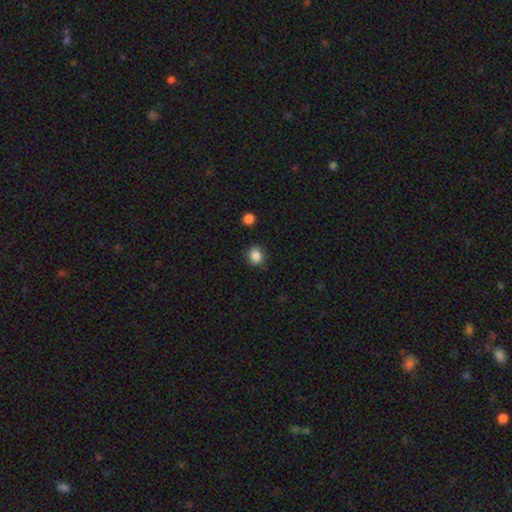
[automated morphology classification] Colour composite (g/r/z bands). It shows a smooth galaxy with no disk features (87%) that is round (58%). Merging: none (83%).